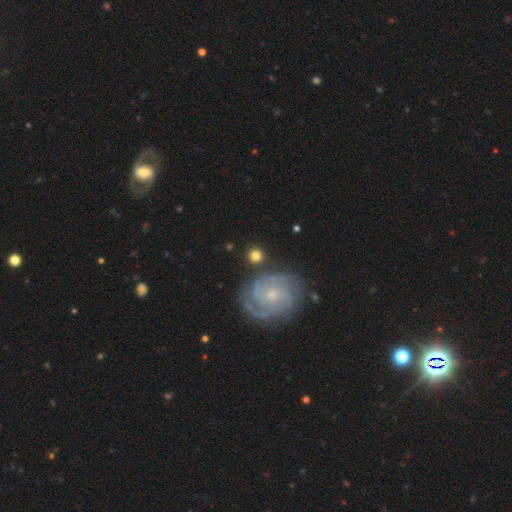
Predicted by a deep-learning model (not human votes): Smooth or featured? Predicted: smooth (p=0.70). How rounded? Predicted: round (p=0.91). Merging? Predicted: none (p=0.81).